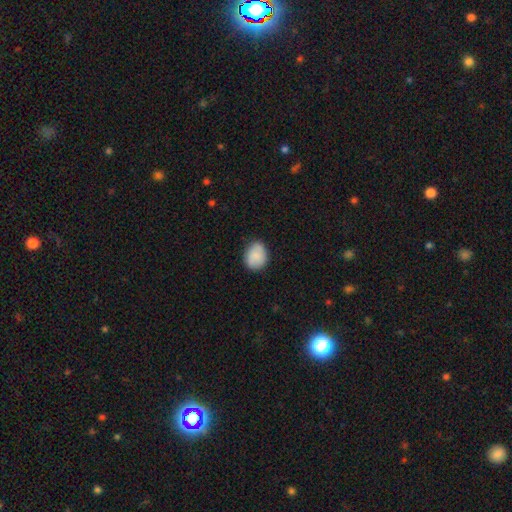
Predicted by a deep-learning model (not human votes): The model was most divided on "how rounded": in between: 54%, round: 45%, cigar-shaped: 1%. More confident: smooth or featured — smooth (86%); merging — none (81%).